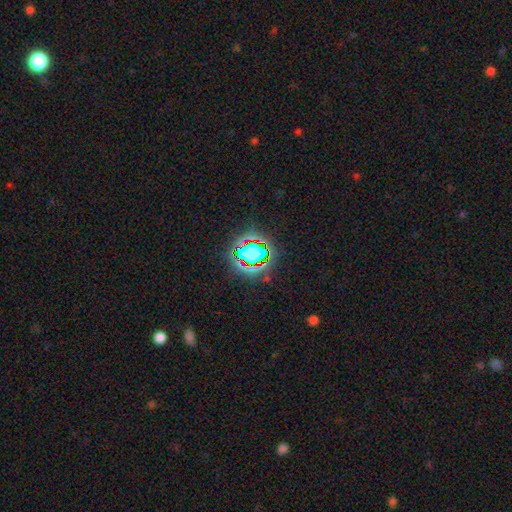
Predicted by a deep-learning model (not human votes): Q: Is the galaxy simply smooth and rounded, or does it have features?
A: star or artifact — 79%.